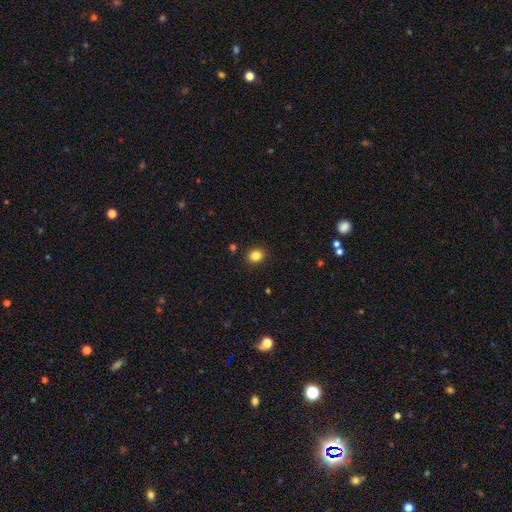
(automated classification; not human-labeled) smooth_or_featured: smooth (p=0.84) [alt: star or artifact p=0.11]
how_rounded: round (p=0.76) [alt: in between p=0.23]
merging: none (p=0.90) [alt: minor disturbance p=0.07]